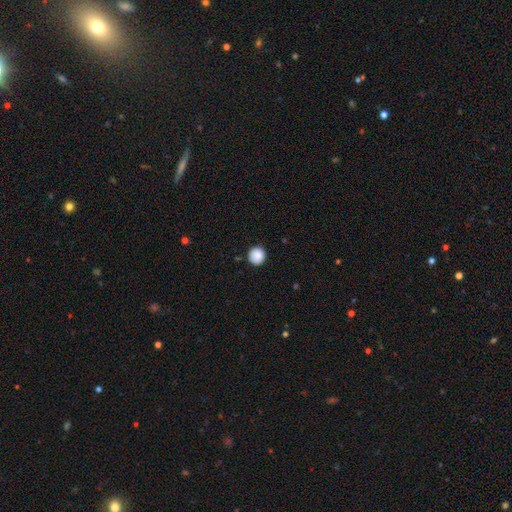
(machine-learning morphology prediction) Smooth or featured? Predicted: smooth (p=0.87). How rounded? Predicted: round (p=0.94). Merging? Predicted: none (p=0.90).